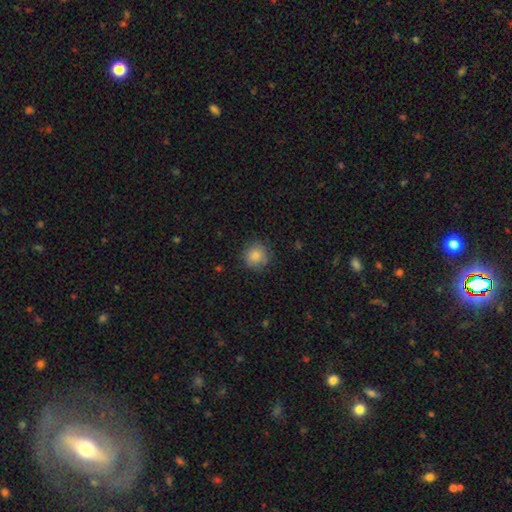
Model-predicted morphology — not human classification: The model was most divided on "merging": none: 85%, minor disturbance: 11%, major disturbance: 3%, merger: 1%. More confident: how rounded — round (93%); smooth or featured — smooth (84%).